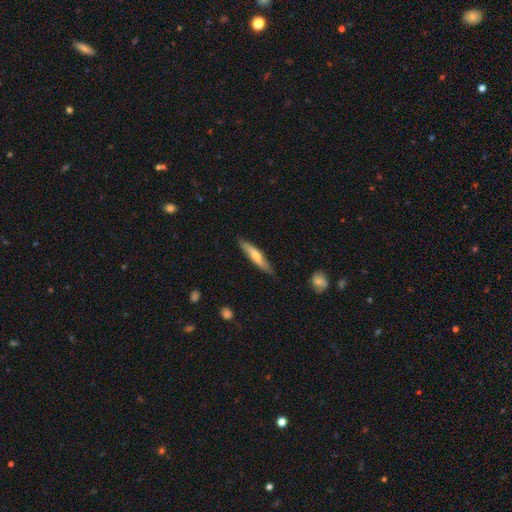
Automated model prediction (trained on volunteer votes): Smooth or featured? Predicted: smooth (p=0.60). How rounded? Predicted: cigar-shaped (p=0.84). Merging? Predicted: none (p=0.82).